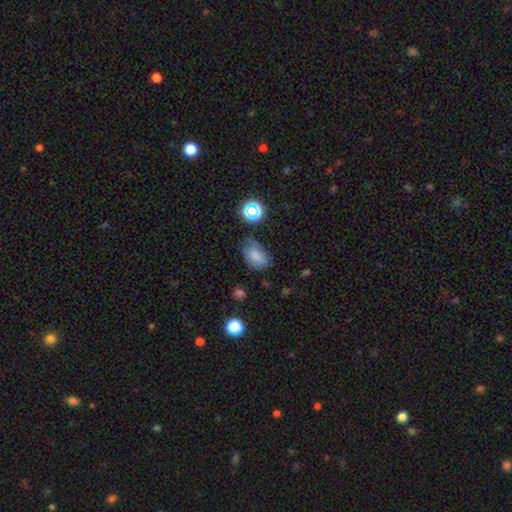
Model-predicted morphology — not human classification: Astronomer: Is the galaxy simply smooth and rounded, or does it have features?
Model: smooth — 73%.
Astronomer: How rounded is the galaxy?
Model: in between — 84%.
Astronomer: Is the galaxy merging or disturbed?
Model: none — 57%.